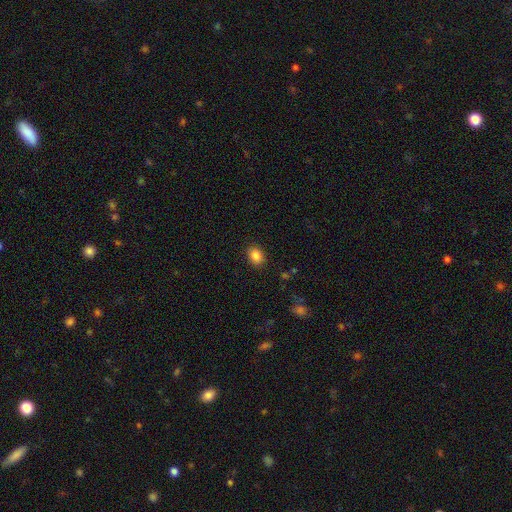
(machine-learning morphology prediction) smooth_or_featured: smooth (p=0.86) [alt: star or artifact p=0.09]
how_rounded: in between (p=0.57) [alt: round p=0.43]
merging: none (p=0.89) [alt: minor disturbance p=0.08]